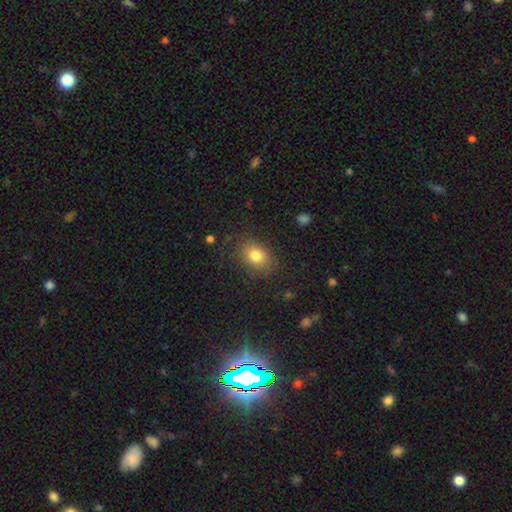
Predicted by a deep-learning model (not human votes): Q: Smooth or featured?
A: smooth (79%); runner-up: star or artifact (11%)
Q: How rounded?
A: in between (60%); runner-up: round (39%)
Q: Merging?
A: none (78%); runner-up: minor disturbance (14%)